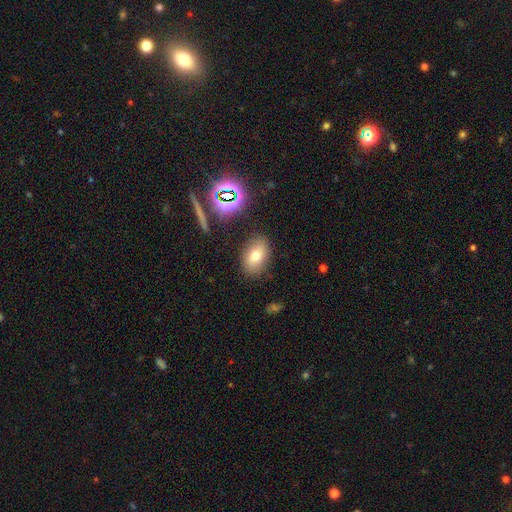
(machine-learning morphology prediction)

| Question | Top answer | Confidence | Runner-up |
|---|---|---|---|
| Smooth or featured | smooth | 70% | featured or disk (16%) |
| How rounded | in between | 82% | round (16%) |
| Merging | none | 83% | minor disturbance (11%) |